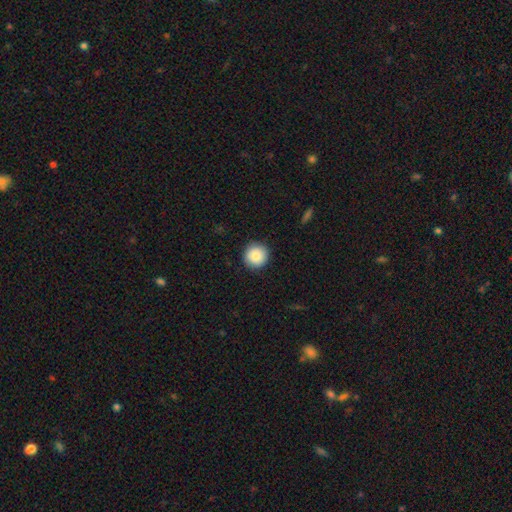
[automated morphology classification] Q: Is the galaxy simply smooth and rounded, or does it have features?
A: smooth — 88%.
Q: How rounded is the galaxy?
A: round — 95%.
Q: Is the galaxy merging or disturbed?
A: none — 91%.